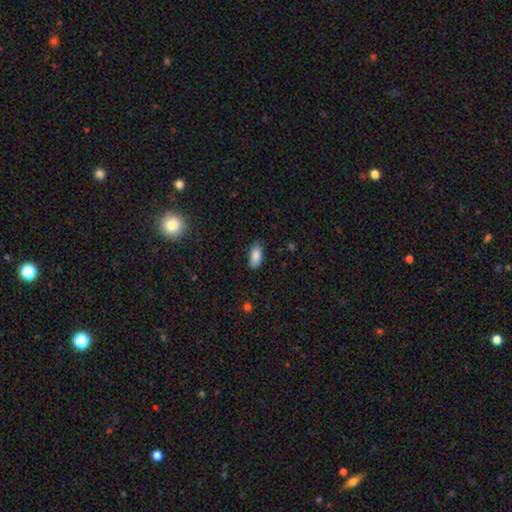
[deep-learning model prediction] Smooth or featured?
  - smooth: 85% *
  - star or artifact: 8%
  - featured or disk: 7%
How rounded?
  - in between: 91% *
  - cigar-shaped: 6%
  - round: 3%
Merging?
  - none: 77% *
  - minor disturbance: 18%
  - major disturbance: 3%
  - merger: 1%